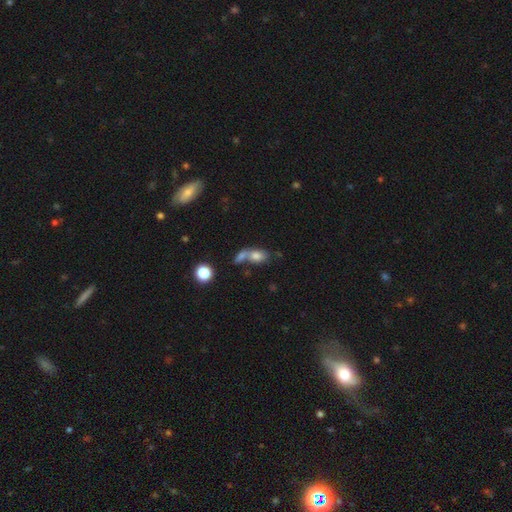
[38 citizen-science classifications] smooth 82%, featured or disk 16%, star or artifact 3%. Down the decision tree: how rounded — in between (87%); merging — merger (62%).